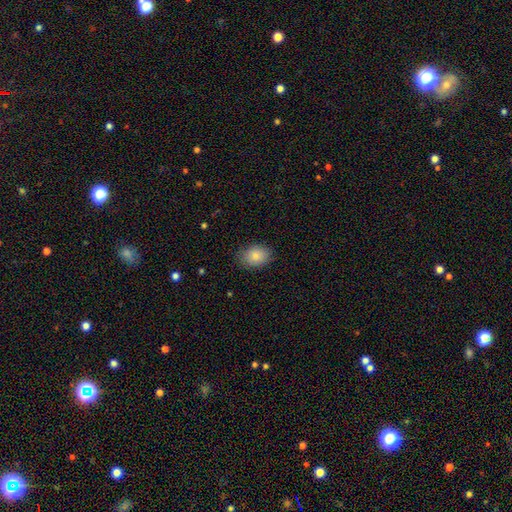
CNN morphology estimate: smooth-or-featured: smooth: 84% | star or artifact: 8% | featured or disk: 8%
  how-rounded: in between: 68% | round: 31% | cigar-shaped: 1%
  merging: none: 82% | minor disturbance: 14% | major disturbance: 3% | merger: 1%